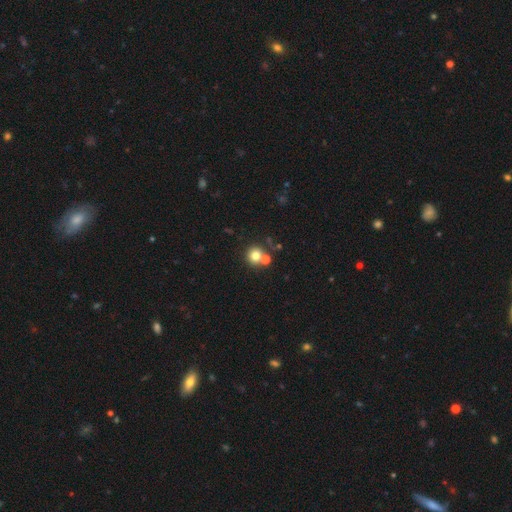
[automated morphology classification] Smooth or featured? smooth (76%)
How rounded? round (89%)
Merging? none (59%)